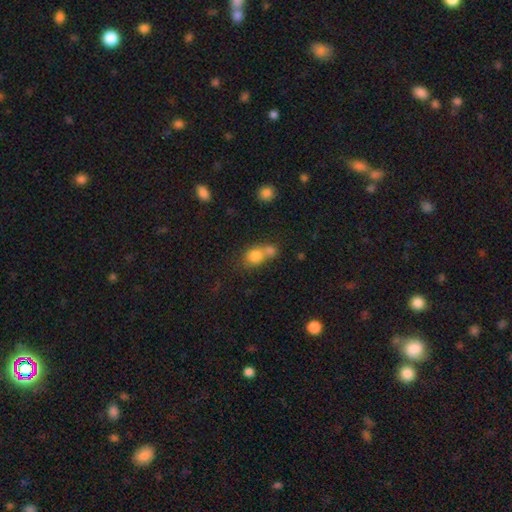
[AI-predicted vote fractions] Smooth or featured: smooth — 79% (featured or disk — 11%)
How rounded: round — 62% (in between — 37%)
Merging: merger — 58% (none — 30%)